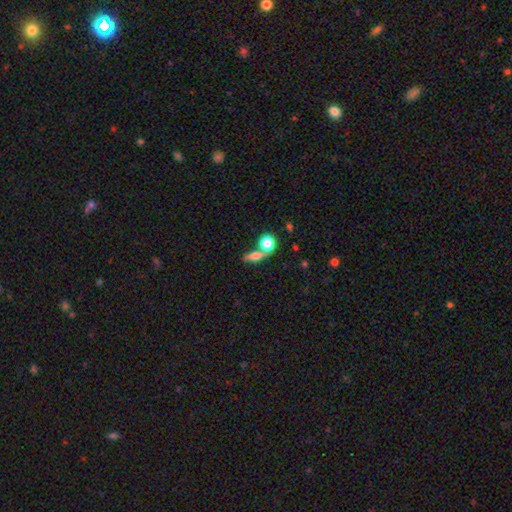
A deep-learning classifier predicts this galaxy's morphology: smooth_or_featured: smooth (p=0.56) [alt: featured or disk p=0.31]
how_rounded: in between (p=0.44) [alt: round p=0.28]
merging: none (p=0.49) [alt: merger p=0.31]